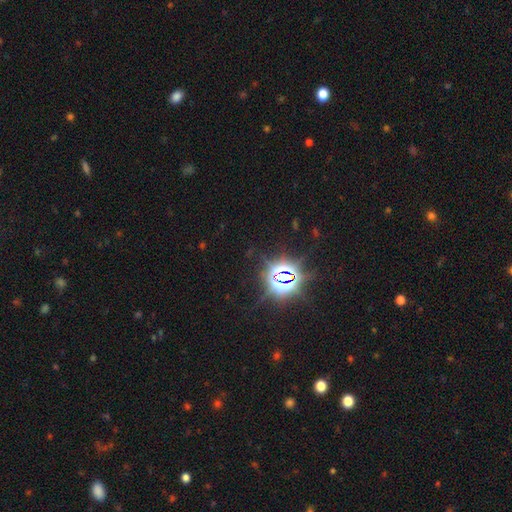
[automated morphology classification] A star or artifact, not a galaxy (81%).